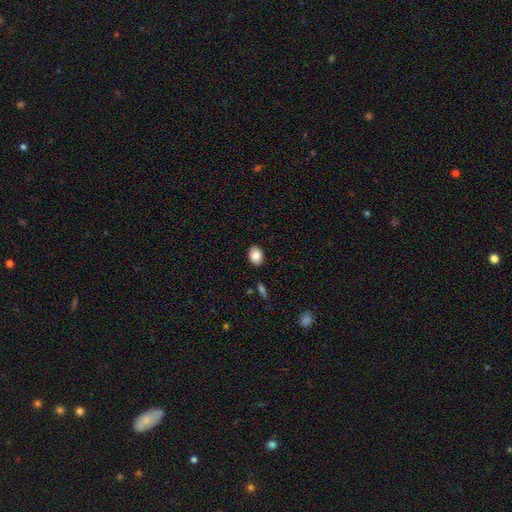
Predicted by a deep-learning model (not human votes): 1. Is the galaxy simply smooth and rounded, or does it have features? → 84% smooth, 8% featured or disk, 8% star or artifact.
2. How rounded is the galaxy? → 76% in between, 23% round, 1% cigar-shaped.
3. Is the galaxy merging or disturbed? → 88% none, 9% minor disturbance, 2% major disturbance, 1% merger.